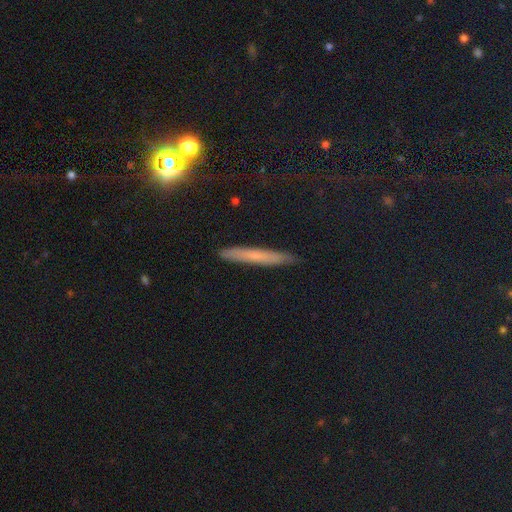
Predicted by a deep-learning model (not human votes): Overall: smooth (53%; featured or disk 33%). How rounded: cigar-shaped (94%). Merging: none (89%).